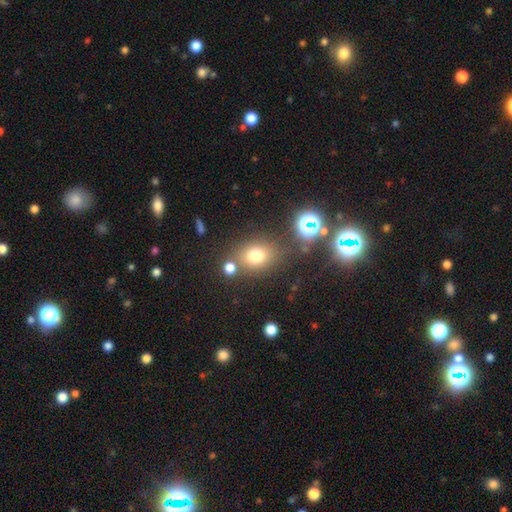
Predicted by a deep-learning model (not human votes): Morphology: type=smooth (70%); roundness=round (56%); merging=none (72%).